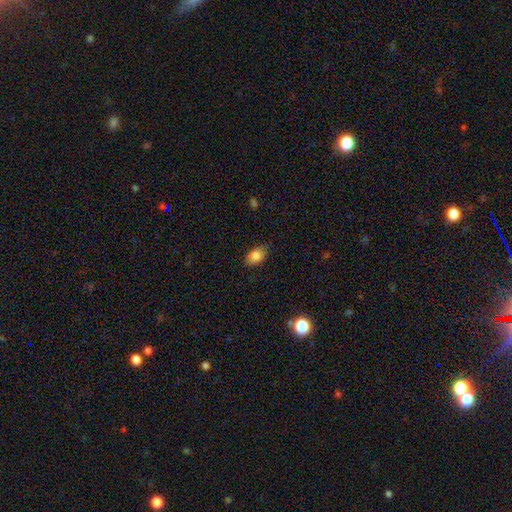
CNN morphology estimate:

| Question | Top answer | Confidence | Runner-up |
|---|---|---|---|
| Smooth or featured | smooth | 83% | featured or disk (9%) |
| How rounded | in between | 86% | round (12%) |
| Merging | none | 81% | minor disturbance (15%) |